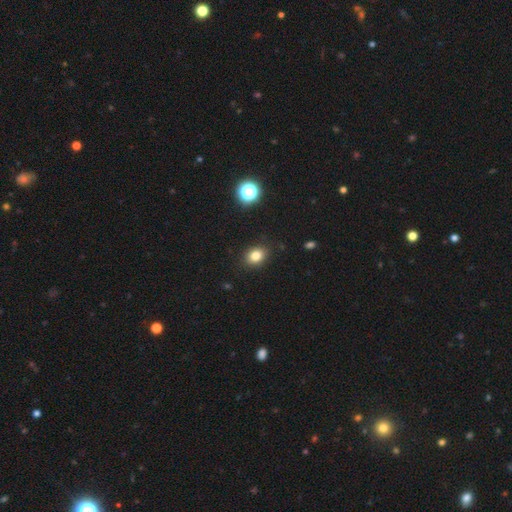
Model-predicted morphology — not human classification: Q: Smooth or featured?
A: smooth (81%); runner-up: star or artifact (12%)
Q: How rounded?
A: in between (55%); runner-up: round (44%)
Q: Merging?
A: none (88%); runner-up: minor disturbance (8%)